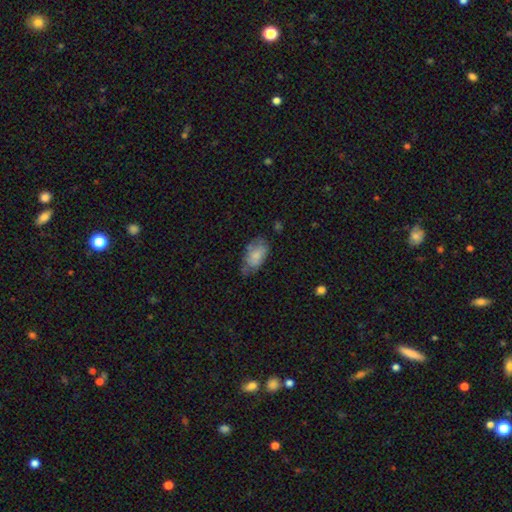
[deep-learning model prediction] Smooth or featured: smooth — 72% (featured or disk — 21%)
How rounded: in between — 93% (round — 5%)
Merging: none — 48% (minor disturbance — 35%)